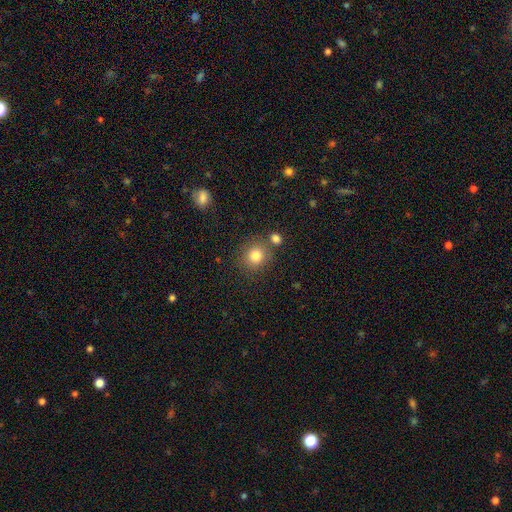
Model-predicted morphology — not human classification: smooth_or_featured: smooth (p=0.81) [alt: star or artifact p=0.11]
how_rounded: round (p=0.85) [alt: in between p=0.14]
merging: none (p=0.74) [alt: merger p=0.12]